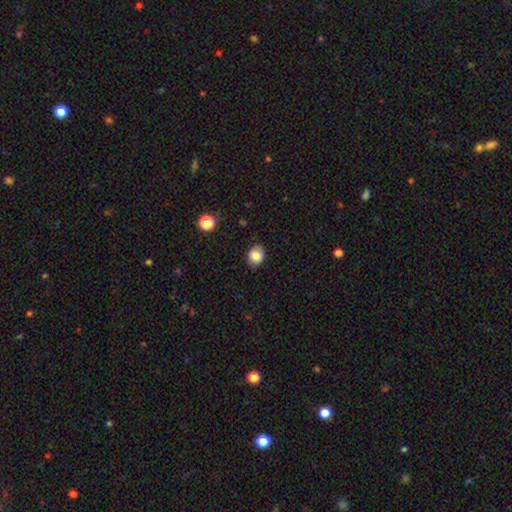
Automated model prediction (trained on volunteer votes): The model was most divided on "how rounded": round: 50%, in between: 49%, cigar-shaped: 1%. More confident: merging — none (84%); smooth or featured — smooth (83%).